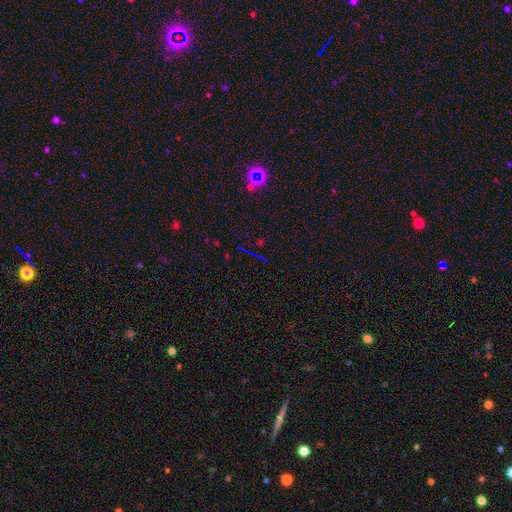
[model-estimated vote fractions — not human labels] Smooth or featured?
  - star or artifact: 74% *
  - featured or disk: 14%
  - smooth: 13%